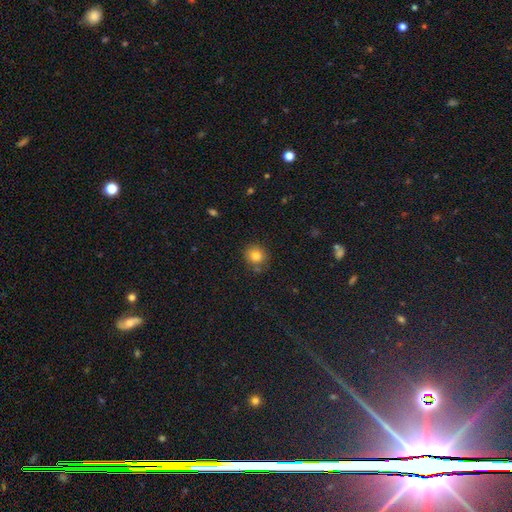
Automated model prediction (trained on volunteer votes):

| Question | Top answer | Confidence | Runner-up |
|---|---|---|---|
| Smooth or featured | smooth | 81% | star or artifact (11%) |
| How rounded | round | 85% | in between (14%) |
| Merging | none | 80% | minor disturbance (12%) |